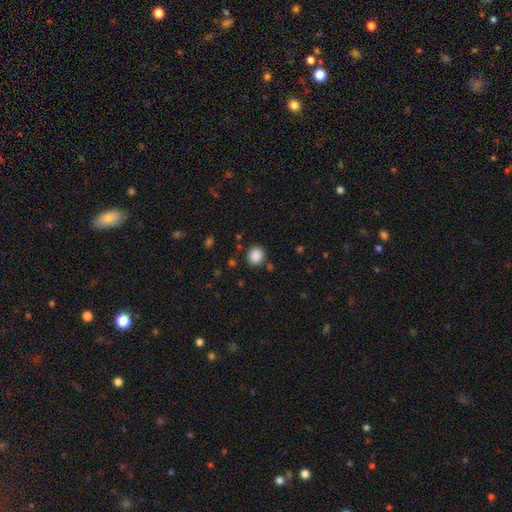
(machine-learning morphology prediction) Smooth or featured?
  - smooth: 88% *
  - star or artifact: 10%
  - featured or disk: 3%
How rounded?
  - round: 80% *
  - in between: 19%
  - cigar-shaped: 1%
Merging?
  - none: 87% *
  - minor disturbance: 8%
  - major disturbance: 3%
  - merger: 3%